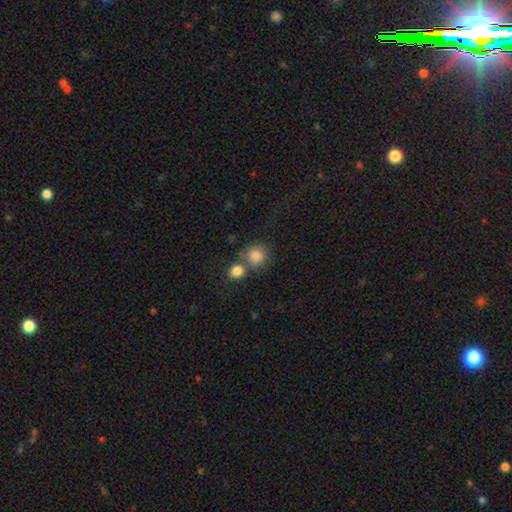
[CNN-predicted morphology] Smooth or featured?
  - smooth: 84% *
  - star or artifact: 10%
  - featured or disk: 6%
How rounded?
  - round: 85% *
  - in between: 14%
  - cigar-shaped: 1%
Merging?
  - none: 55% *
  - merger: 31%
  - minor disturbance: 10%
  - major disturbance: 4%